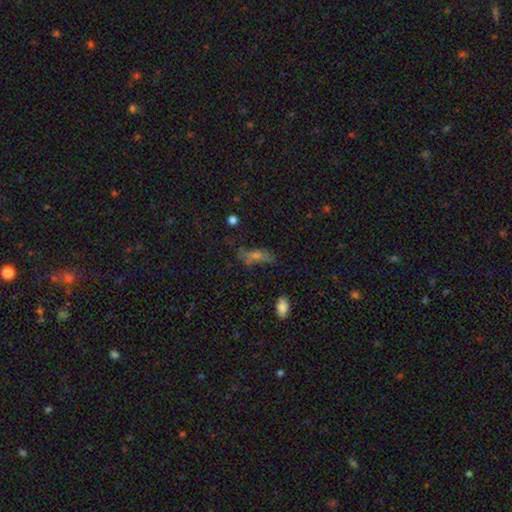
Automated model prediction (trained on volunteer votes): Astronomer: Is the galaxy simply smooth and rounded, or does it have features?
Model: smooth — 54%.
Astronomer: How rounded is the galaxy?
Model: in between — 56% (runner-up: cigar-shaped, 39%).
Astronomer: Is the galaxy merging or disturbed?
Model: none — 58%.